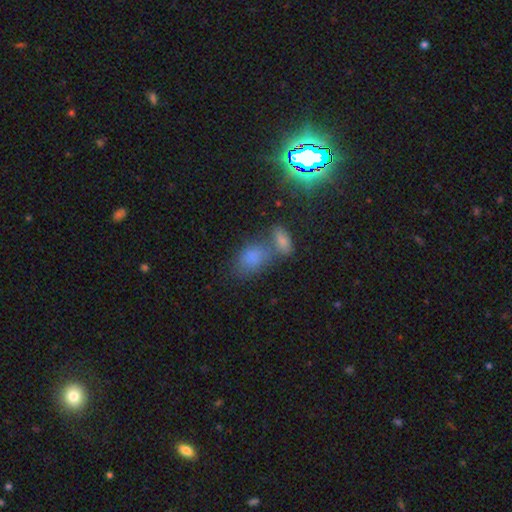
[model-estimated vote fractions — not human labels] Q: Smooth or featured?
A: smooth (51%); runner-up: star or artifact (38%)
Q: How rounded?
A: in between (72%); runner-up: round (24%)
Q: Merging?
A: none (46%); runner-up: merger (40%)